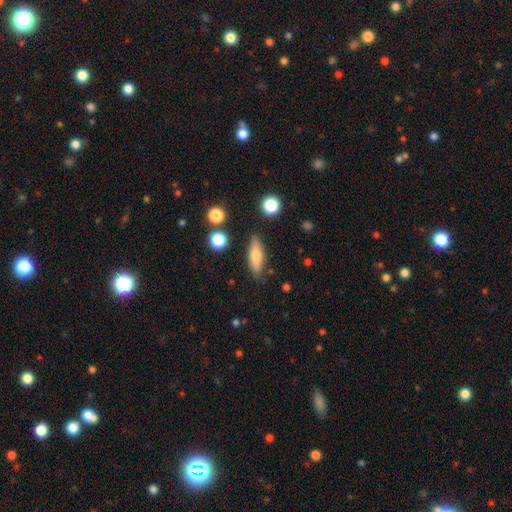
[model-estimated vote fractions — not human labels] This appears to be a smooth galaxy with no disk features (66%) that is in between round and cigar-shaped (49%). Merging: none (84%).